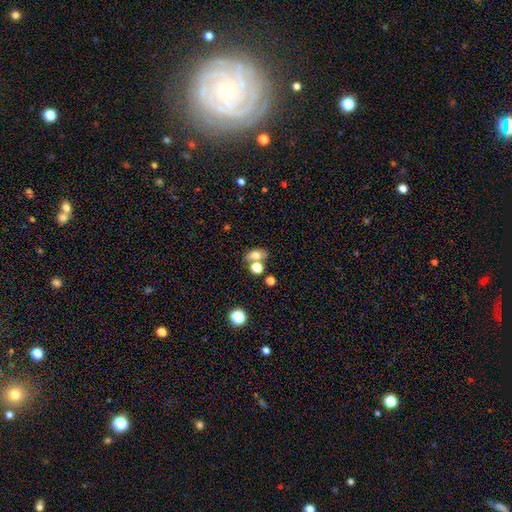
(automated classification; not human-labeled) A smooth galaxy with no disk features (73%) that is in between round and cigar-shaped (73%).

Vote fractions:
- Smooth or featured? smooth: 73% / featured or disk: 15% / star or artifact: 12%
- How rounded? in between: 73% / round: 25% / cigar-shaped: 3%
- Merging? none: 54% / merger: 30% / minor disturbance: 12% / major disturbance: 4%